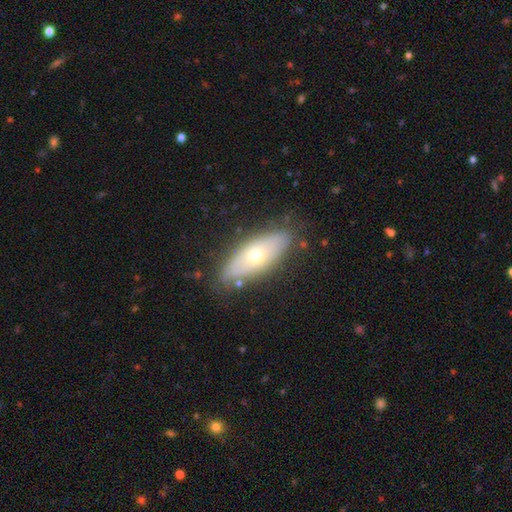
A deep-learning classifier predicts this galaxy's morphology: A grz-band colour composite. It shows a smooth galaxy with no disk features (50%). Merging: none (80%).